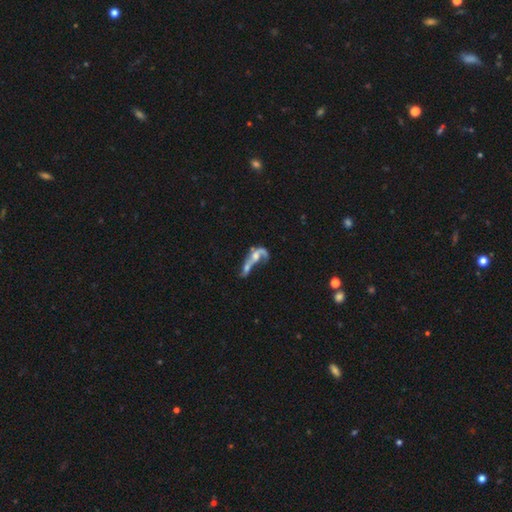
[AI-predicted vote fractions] This appears to be a featured or disk galaxy (62%) with no bar (69%), spiral arms (54%) and a moderate central bulge (42%). Merging: merger (57%).